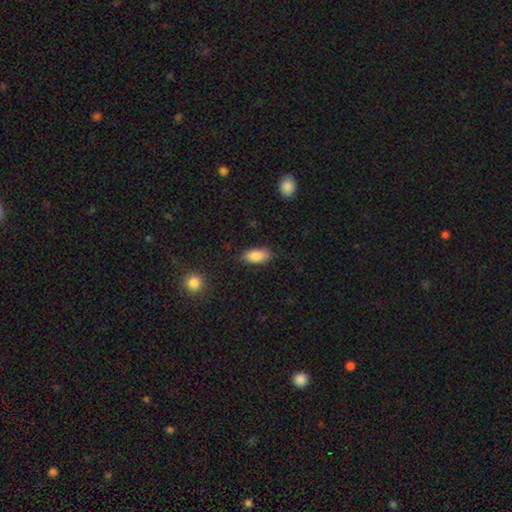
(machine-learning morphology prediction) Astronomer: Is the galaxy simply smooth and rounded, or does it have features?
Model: smooth — 86%.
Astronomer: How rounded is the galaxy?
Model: in between — 90%.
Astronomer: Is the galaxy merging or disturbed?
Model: none — 82%.